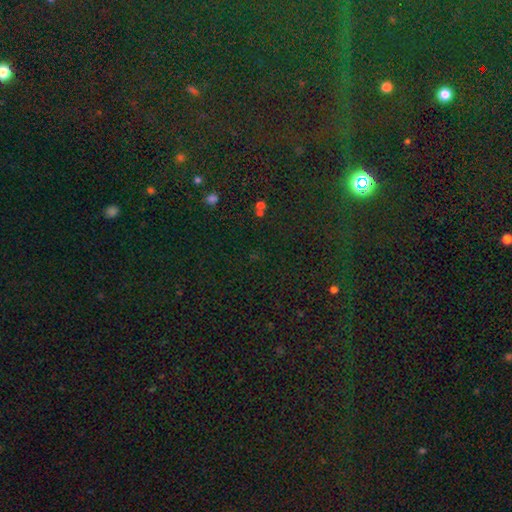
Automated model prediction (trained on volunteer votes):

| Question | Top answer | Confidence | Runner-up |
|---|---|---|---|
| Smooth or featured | star or artifact | 81% | smooth (12%) |